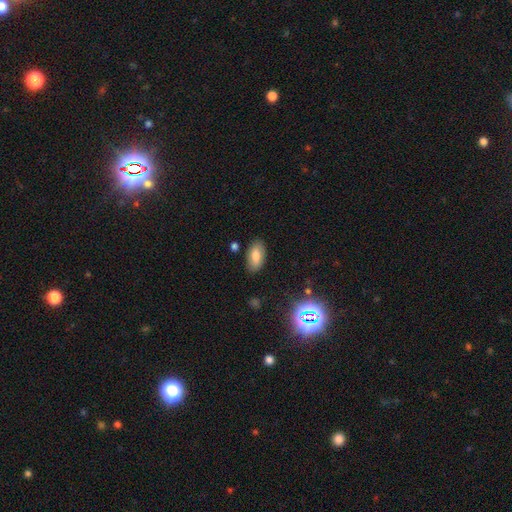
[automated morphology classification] A smooth galaxy with no disk features (76%) that is in between round and cigar-shaped (91%).

Vote fractions:
- Smooth or featured? smooth: 76% / featured or disk: 14% / star or artifact: 10%
- How rounded? in between: 91% / cigar-shaped: 5% / round: 3%
- Merging? none: 83% / minor disturbance: 12% / major disturbance: 3% / merger: 2%